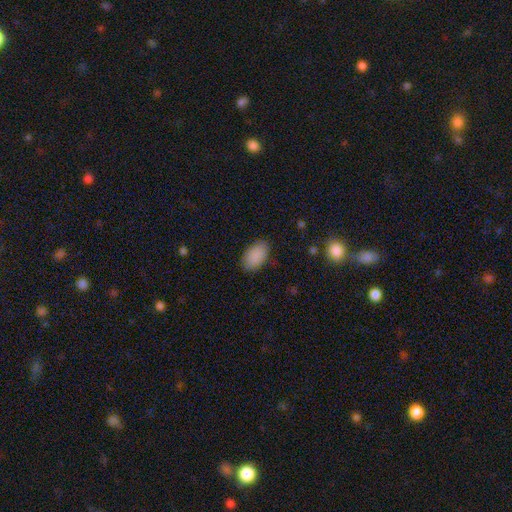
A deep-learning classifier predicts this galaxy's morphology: Smooth or featured: smooth — 90% (star or artifact — 7%)
How rounded: in between — 94% (round — 5%)
Merging: none — 85% (minor disturbance — 11%)